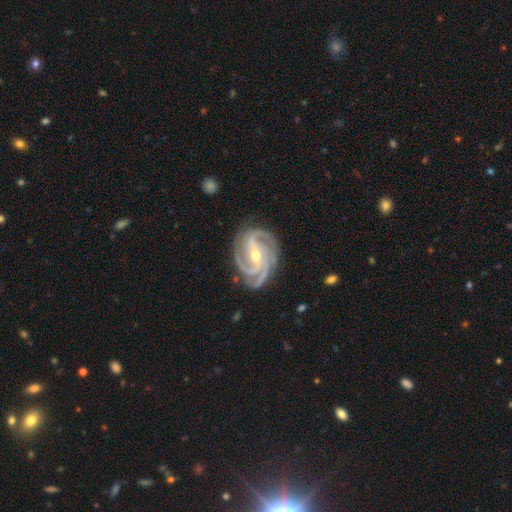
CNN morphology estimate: smooth_or_featured: featured or disk (p=0.93) [alt: star or artifact p=0.04]
disk_edge_on: no (p=0.98) [alt: yes p=0.02]
bar: strong (p=0.39) [alt: weak p=0.36]
has_spiral_arms: yes (p=0.99) [alt: no p=0.01]
spiral_winding: tight (p=0.57) [alt: medium p=0.38]
spiral_arm_count: 3 (p=0.54) [alt: 4 p=0.22]
bulge_size: small (p=0.51) [alt: moderate p=0.46]
merging: none (p=0.78) [alt: minor disturbance p=0.16]